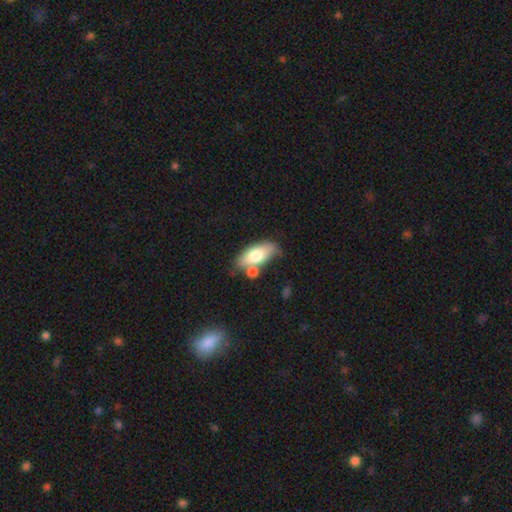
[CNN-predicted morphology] Q: Smooth or featured?
A: smooth (71%); runner-up: featured or disk (23%)
Q: How rounded?
A: in between (85%); runner-up: cigar-shaped (11%)
Q: Merging?
A: none (58%); runner-up: merger (21%)